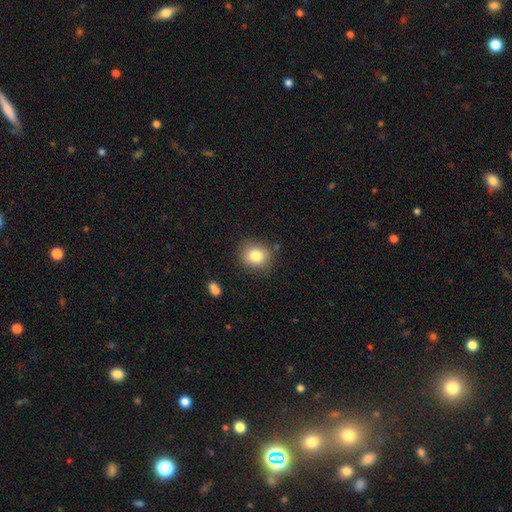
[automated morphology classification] This is clearly a smooth galaxy (81%). How rounded: likely round (76%). Merging: clearly none (83%).